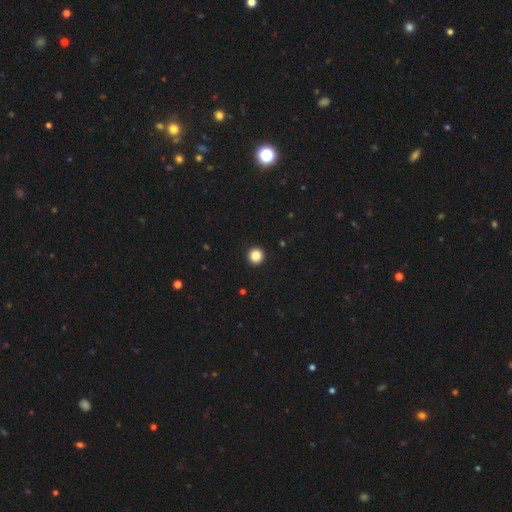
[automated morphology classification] smooth_or_featured: smooth (p=0.86) [alt: star or artifact p=0.11]
how_rounded: round (p=0.97) [alt: in between p=0.02]
merging: none (p=0.94) [alt: minor disturbance p=0.03]